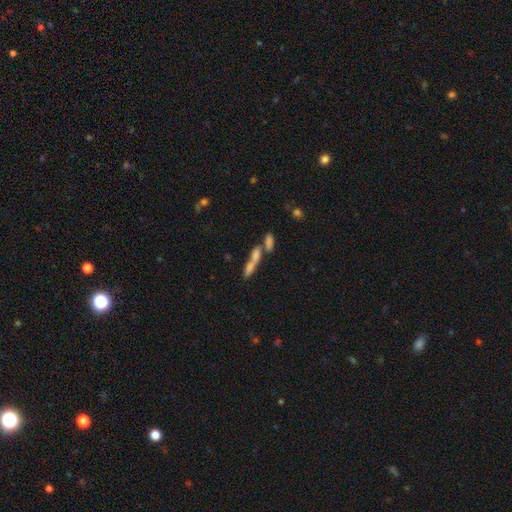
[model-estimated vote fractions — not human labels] The model was most divided on "how rounded": cigar-shaped: 57%, in between: 38%, round: 5%. More confident: merging — merger (61%); smooth or featured — smooth (57%).